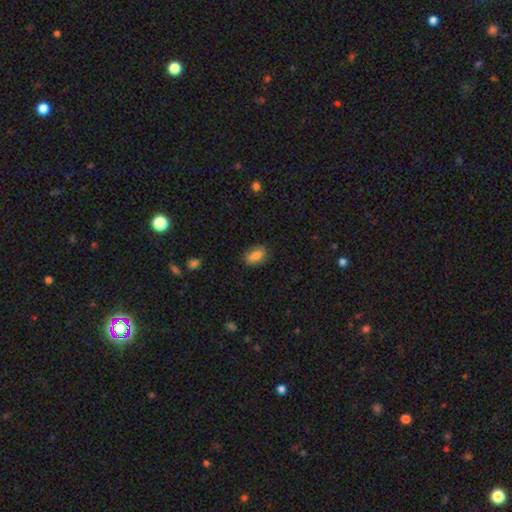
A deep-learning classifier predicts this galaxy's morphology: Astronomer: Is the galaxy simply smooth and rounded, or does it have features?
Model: smooth — 83%.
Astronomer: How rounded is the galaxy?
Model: in between — 87%.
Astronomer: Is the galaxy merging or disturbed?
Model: none — 80%.